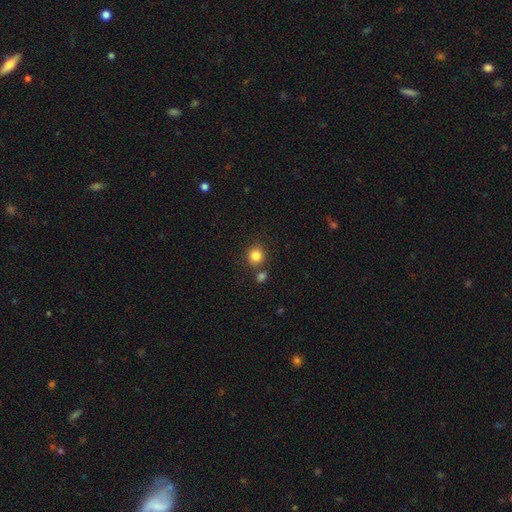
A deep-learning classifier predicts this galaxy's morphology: A smooth galaxy with no disk features (84%) that is round (89%). Merging: none (78%).